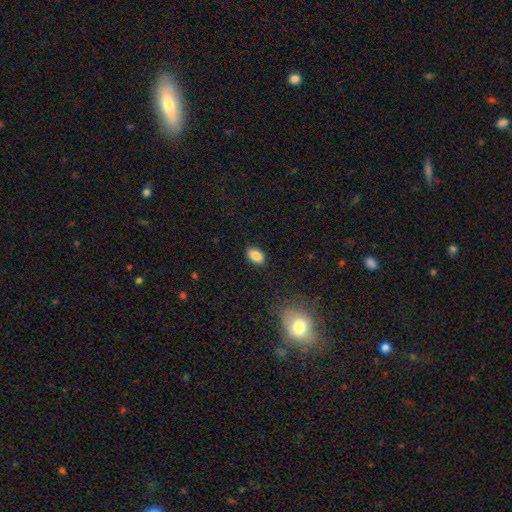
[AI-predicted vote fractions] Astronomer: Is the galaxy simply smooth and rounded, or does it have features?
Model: smooth — 87%.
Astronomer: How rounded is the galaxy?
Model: in between — 89%.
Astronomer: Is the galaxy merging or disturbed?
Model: none — 88%.